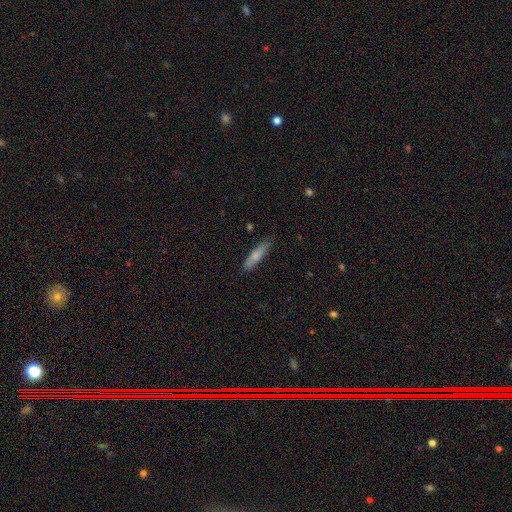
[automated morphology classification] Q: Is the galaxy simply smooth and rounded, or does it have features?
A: smooth — 75%.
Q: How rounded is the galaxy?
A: cigar-shaped — 74%.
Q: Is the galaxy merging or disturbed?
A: none — 79%.